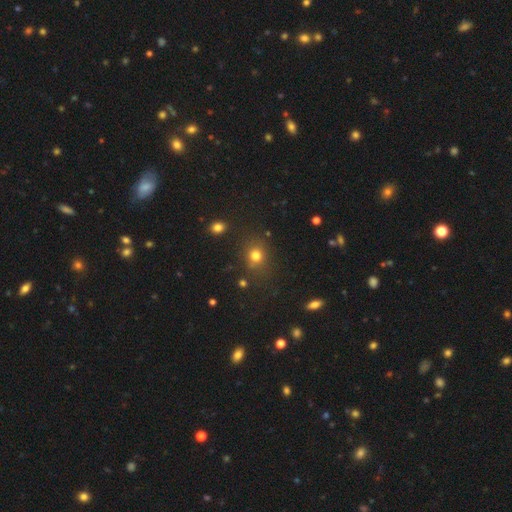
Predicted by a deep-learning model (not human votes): smooth-or-featured: smooth: 76% | star or artifact: 17% | featured or disk: 7%
  how-rounded: round: 72% | in between: 26% | cigar-shaped: 1%
  merging: none: 78% | minor disturbance: 12% | major disturbance: 5% | merger: 4%